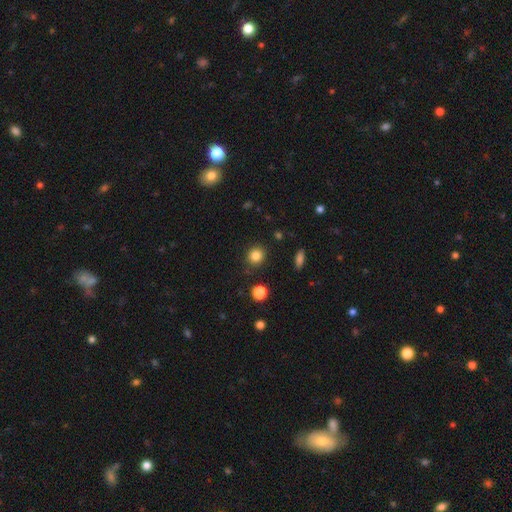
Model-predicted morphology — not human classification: Smooth or featured: smooth — 84% (star or artifact — 11%)
How rounded: round — 84% (in between — 15%)
Merging: none — 87% (minor disturbance — 8%)